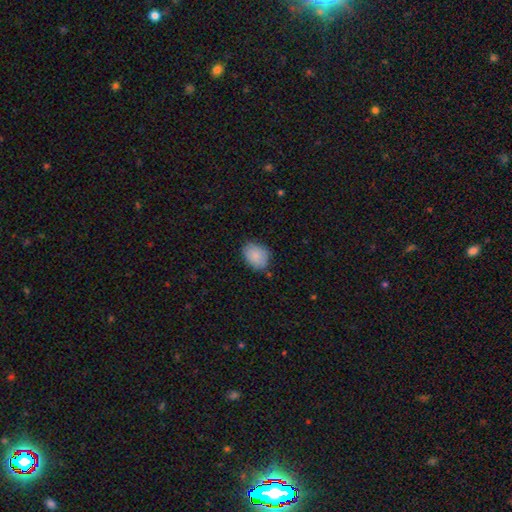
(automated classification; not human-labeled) Overall: smooth (87%). How rounded: in between (65%; round 34%). Merging: none (75%).